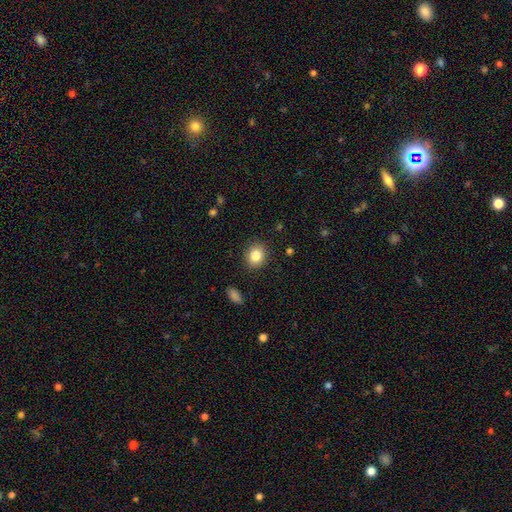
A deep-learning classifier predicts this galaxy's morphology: Smooth or featured: smooth — 84% (star or artifact — 10%)
How rounded: round — 74% (in between — 25%)
Merging: none — 89% (minor disturbance — 7%)